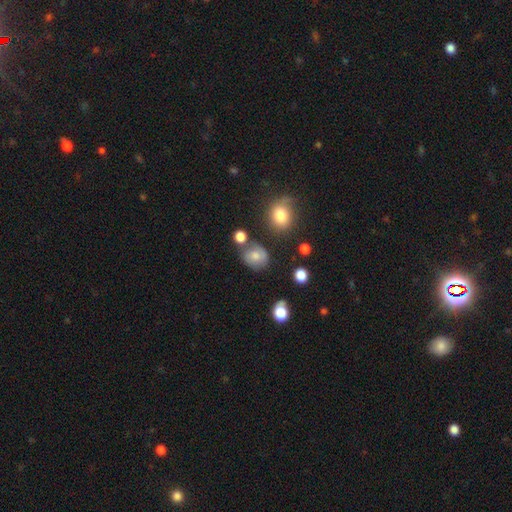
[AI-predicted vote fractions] Smooth or featured? Predicted: smooth (p=0.70). How rounded? Predicted: round (p=0.66). Merging? Predicted: none (p=0.65).